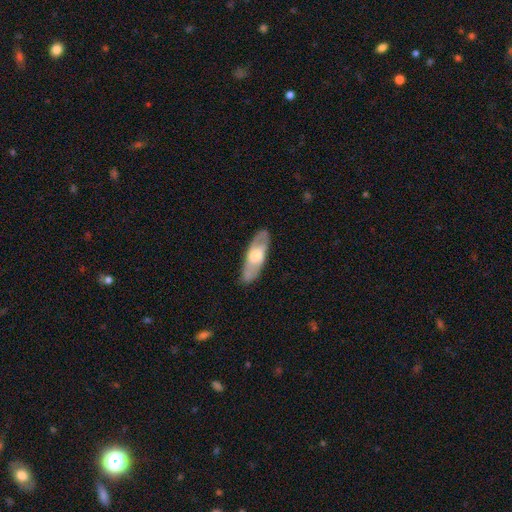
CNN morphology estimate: A featured or disk galaxy (53%). Merging: none (81%).